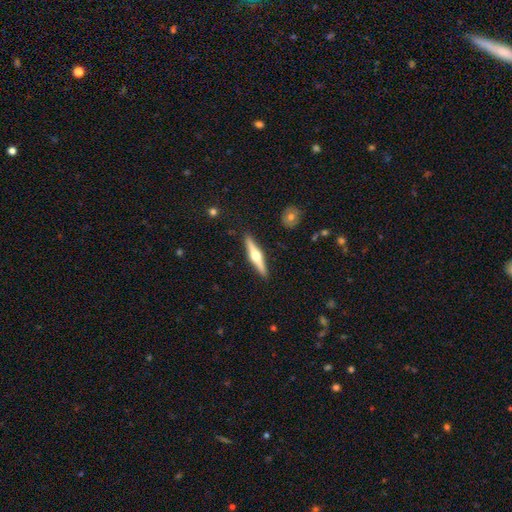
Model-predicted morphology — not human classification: smooth-or-featured: featured or disk: 72% | smooth: 23% | star or artifact: 5%
  disk-edge-on: yes: 98% | no: 2%
    edge-on-bulge: rounded: 95% | boxy: 3% | none: 2%
  merging: none: 91% | minor disturbance: 6% | major disturbance: 1% | merger: 1%